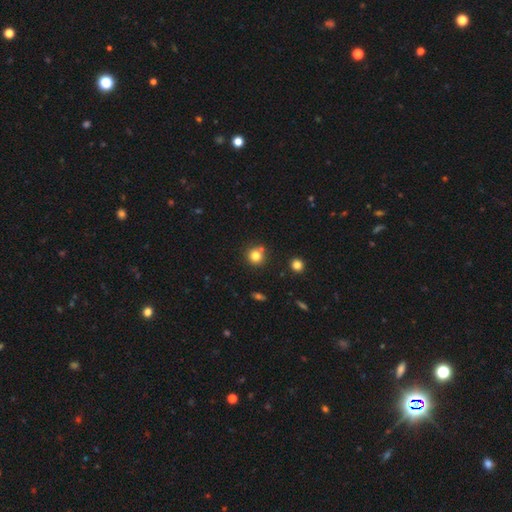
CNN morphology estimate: Smooth or featured? smooth (79%)
How rounded? round (92%)
Merging? none (74%)